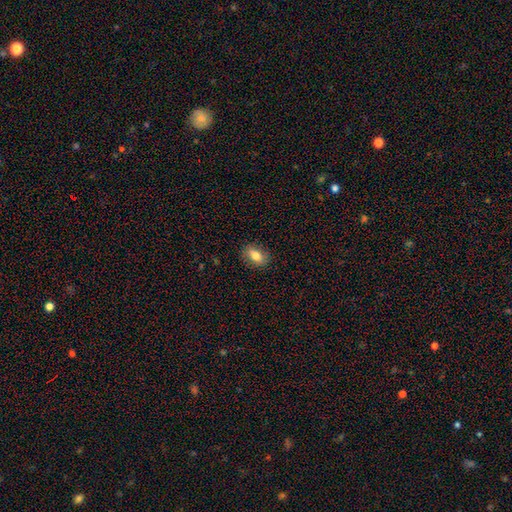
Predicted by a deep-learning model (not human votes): A smooth galaxy with no disk features (75%) that is in between round and cigar-shaped (80%). Merging: none (86%).